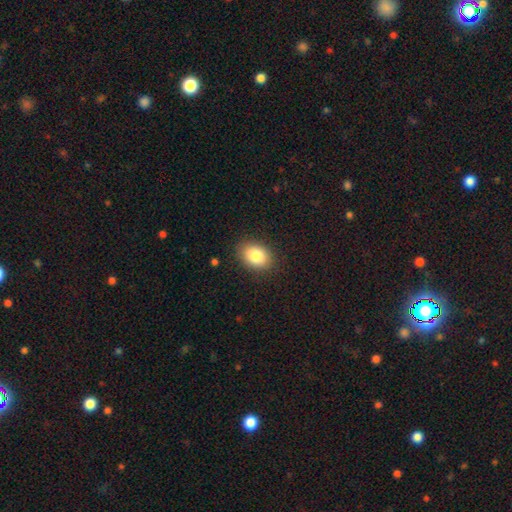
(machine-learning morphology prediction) Smooth or featured? smooth (84%)
How rounded? in between (69%)
Merging? none (87%)